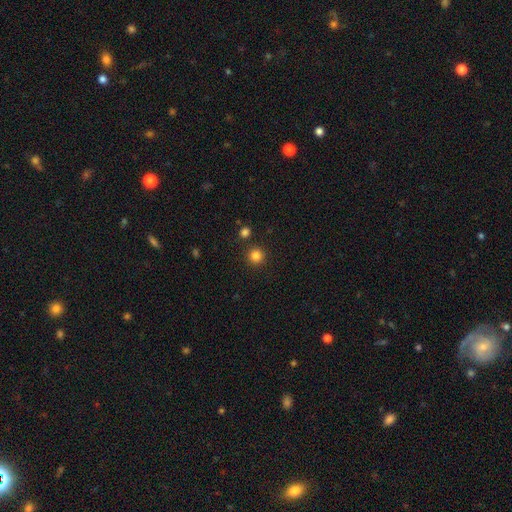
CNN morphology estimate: The model was most divided on "smooth or featured": smooth: 83%, star or artifact: 13%, featured or disk: 4%. More confident: how rounded — round (95%); merging — none (89%).